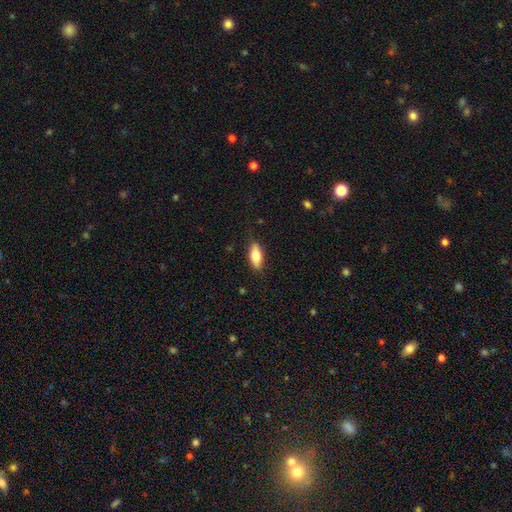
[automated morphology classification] Q: Smooth or featured?
A: smooth (78%); runner-up: featured or disk (16%)
Q: How rounded?
A: in between (80%); runner-up: cigar-shaped (18%)
Q: Merging?
A: none (83%); runner-up: minor disturbance (13%)